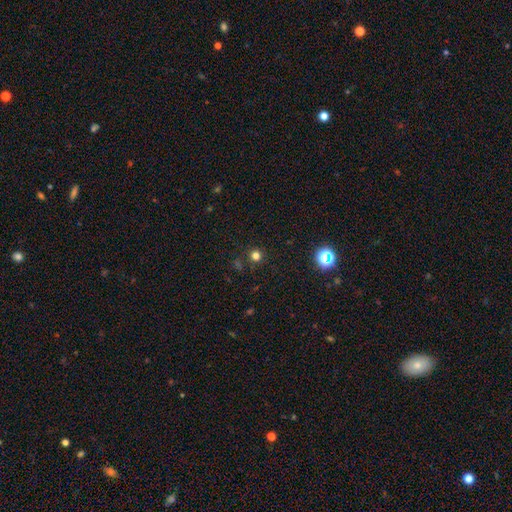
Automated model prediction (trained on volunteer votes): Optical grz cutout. It shows a smooth galaxy with no disk features (73%) that is round (94%). Merging: none (88%).